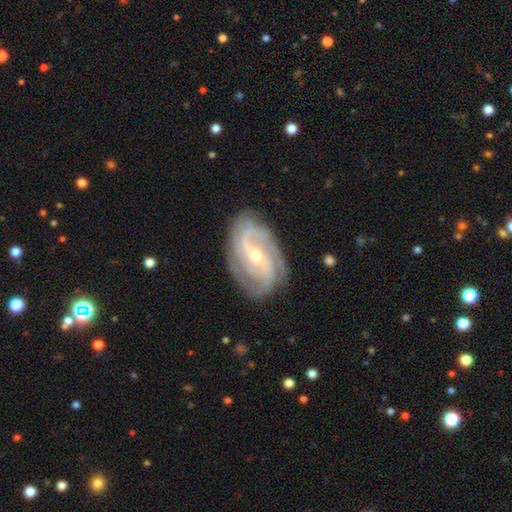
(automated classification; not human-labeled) Smooth or featured?
  - featured or disk: 90% *
  - smooth: 5%
  - star or artifact: 5%
Edge-on disk?
  - no: 97% *
  - yes: 3%
Bar?
  - weak: 41% *
  - no: 38%
  - strong: 21%
Spiral arms?
  - yes: 97% *
  - no: 3%
Spiral winding?
  - medium: 47% *
  - tight: 37%
  - loose: 16%
Spiral arm count?
  - 2: 41% *
  - 3: 28%
  - can't tell: 13%
  - 4: 8%
  - 1: 5%
  - more than 4: 5%
Bulge size?
  - small: 62% *
  - moderate: 35%
  - large: 1%
  - none: 1%
  - dominant: 1%
Merging?
  - none: 78% *
  - minor disturbance: 15%
  - major disturbance: 5%
  - merger: 1%